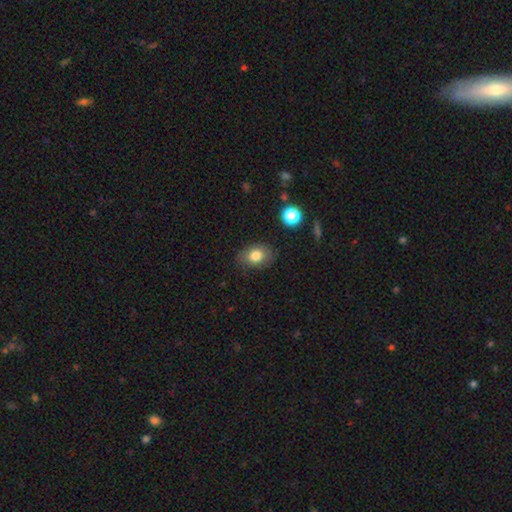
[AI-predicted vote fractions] The model was most divided on "how rounded": in between: 70%, round: 29%, cigar-shaped: 1%. More confident: merging — none (81%); smooth or featured — smooth (80%).